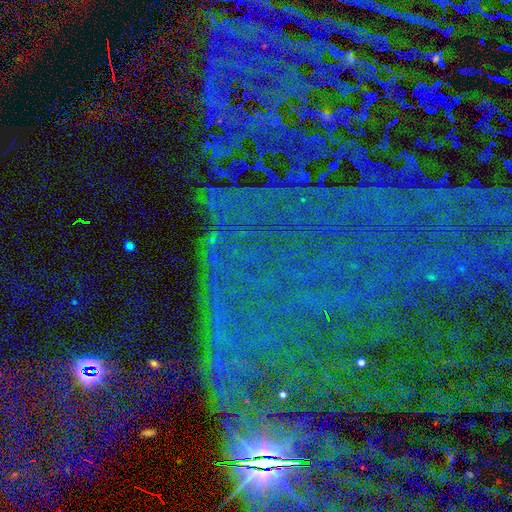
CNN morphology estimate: smooth_or_featured: star or artifact (p=0.86) [alt: featured or disk p=0.08]